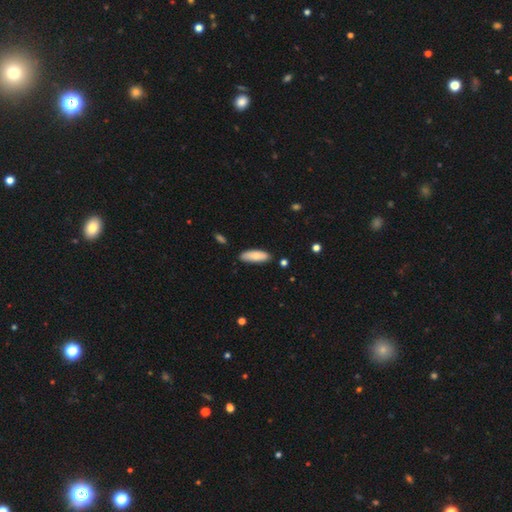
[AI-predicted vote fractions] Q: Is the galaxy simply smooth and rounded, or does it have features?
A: smooth — 82%.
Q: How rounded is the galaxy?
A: in between — 60%.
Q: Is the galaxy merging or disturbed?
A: none — 83%.